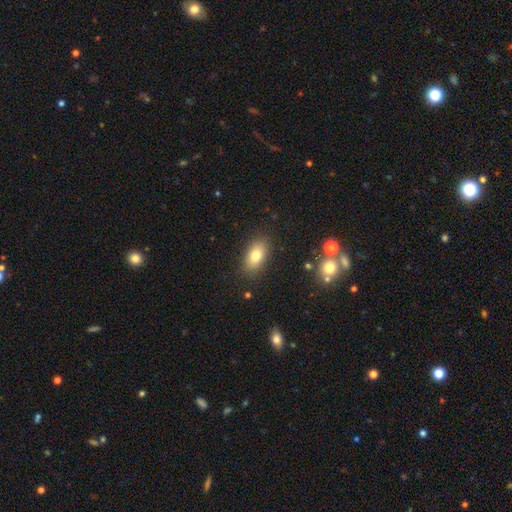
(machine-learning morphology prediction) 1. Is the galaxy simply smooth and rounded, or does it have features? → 78% smooth, 13% featured or disk, 9% star or artifact.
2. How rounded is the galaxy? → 88% in between, 8% round, 4% cigar-shaped.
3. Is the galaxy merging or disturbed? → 85% none, 10% minor disturbance, 3% major disturbance, 2% merger.